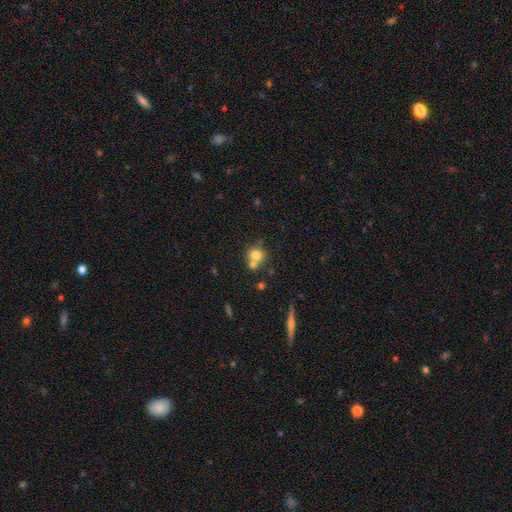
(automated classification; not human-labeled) This appears to be a smooth galaxy with no disk features (75%) that is round (83%). Merging: none (45%).